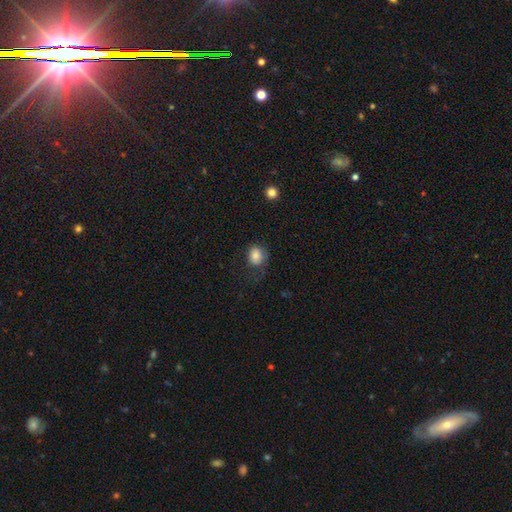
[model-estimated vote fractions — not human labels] Smooth or featured?
  - smooth: 84% *
  - star or artifact: 9%
  - featured or disk: 7%
How rounded?
  - round: 56% *
  - in between: 43%
  - cigar-shaped: 1%
Merging?
  - none: 60% *
  - minor disturbance: 24%
  - major disturbance: 14%
  - merger: 2%